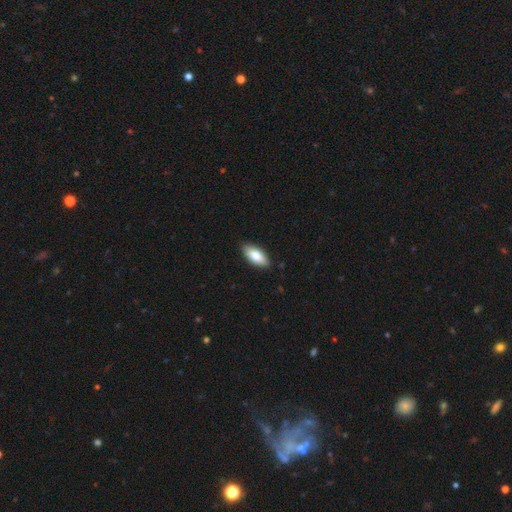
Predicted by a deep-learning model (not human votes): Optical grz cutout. It shows a smooth galaxy with no disk features (76%) that is in between round and cigar-shaped (86%). Merging: none (88%).